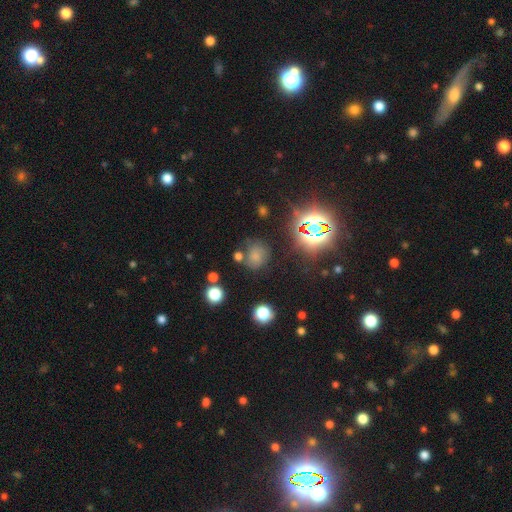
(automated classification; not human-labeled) A smooth galaxy with no disk features (63%) that is round (77%).

Vote fractions:
- Smooth or featured? smooth: 63% / star or artifact: 27% / featured or disk: 10%
- How rounded? round: 77% / in between: 22% / cigar-shaped: 1%
- Merging? none: 68% / minor disturbance: 16% / merger: 8% / major disturbance: 7%